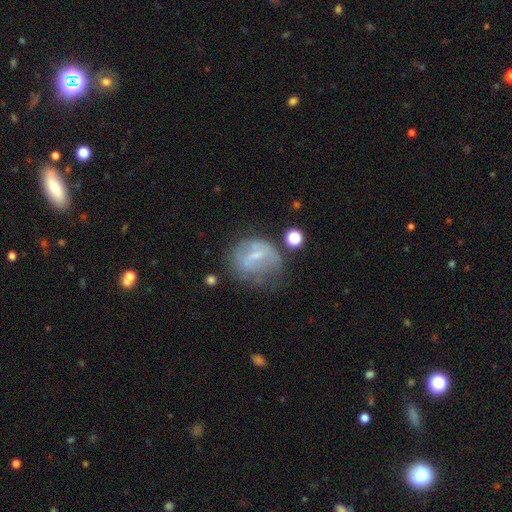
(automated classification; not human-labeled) smooth-or-featured: featured or disk: 48% | smooth: 41% | star or artifact: 12%
  merging: none: 43% | minor disturbance: 27% | major disturbance: 24% | merger: 6%